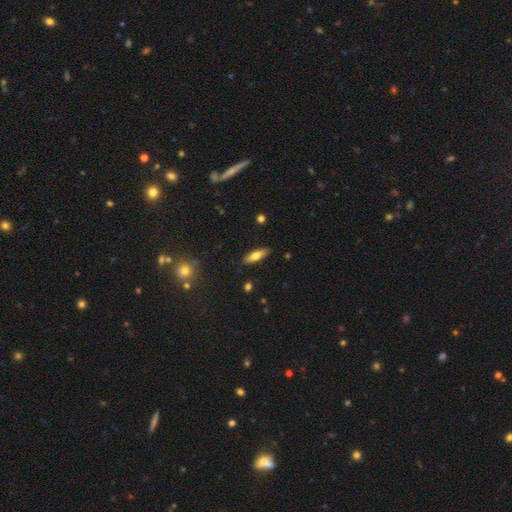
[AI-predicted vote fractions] A smooth galaxy with no disk features (67%) that is cigar-shaped (51%). Merging: none (88%).